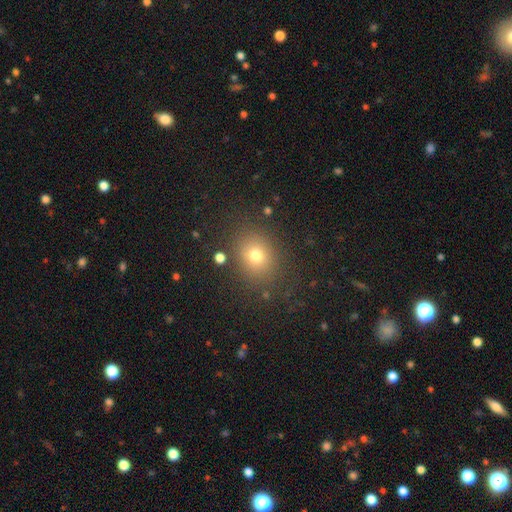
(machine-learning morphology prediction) smooth_or_featured: smooth (p=0.72) [alt: star or artifact p=0.18]
how_rounded: round (p=0.64) [alt: in between p=0.35]
merging: none (p=0.83) [alt: minor disturbance p=0.10]